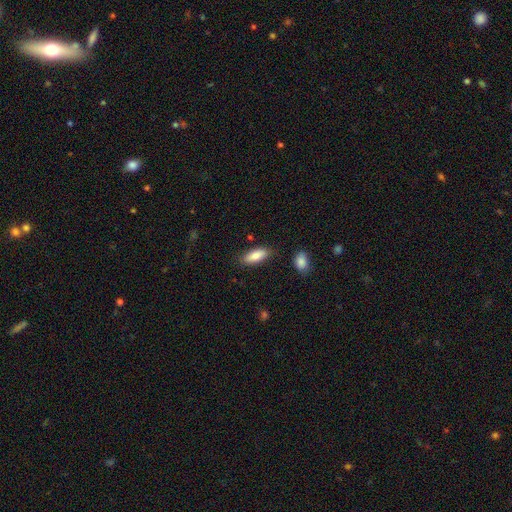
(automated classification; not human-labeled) Smooth or featured: smooth — 84% (featured or disk — 9%)
How rounded: in between — 76% (cigar-shaped — 22%)
Merging: none — 83% (minor disturbance — 11%)